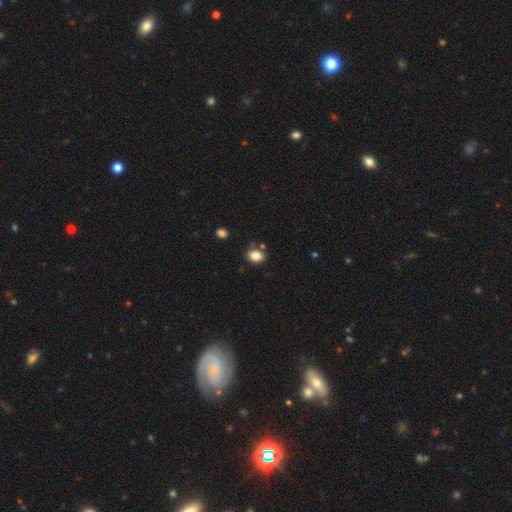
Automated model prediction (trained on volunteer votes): Smooth or featured: smooth — 84% (star or artifact — 10%)
How rounded: in between — 65% (round — 34%)
Merging: none — 77% (minor disturbance — 13%)